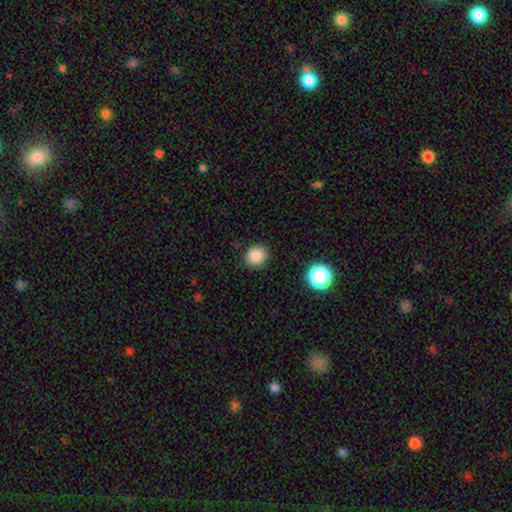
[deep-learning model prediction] Smooth or featured?
  - smooth: 86% *
  - star or artifact: 11%
  - featured or disk: 3%
How rounded?
  - round: 77% *
  - in between: 22%
  - cigar-shaped: 1%
Merging?
  - none: 88% *
  - minor disturbance: 8%
  - major disturbance: 2%
  - merger: 1%